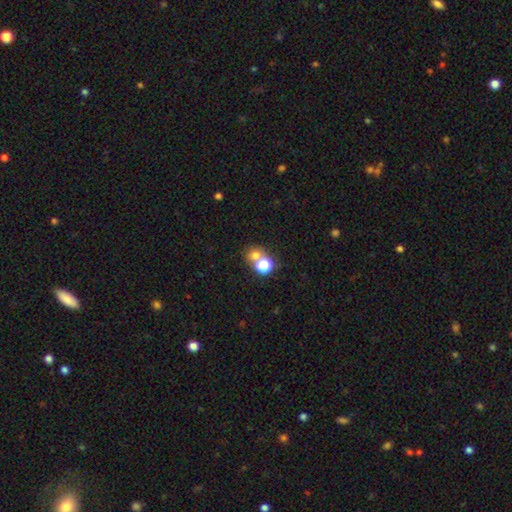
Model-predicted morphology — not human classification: smooth 65%, star or artifact 25%, featured or disk 10%. Down the decision tree: how rounded — round (78%); merging — none (50%).